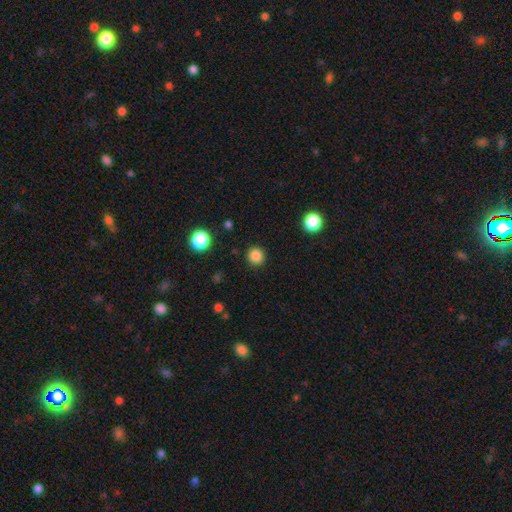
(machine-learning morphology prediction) Smooth or featured? smooth (85%)
How rounded? round (94%)
Merging? none (91%)